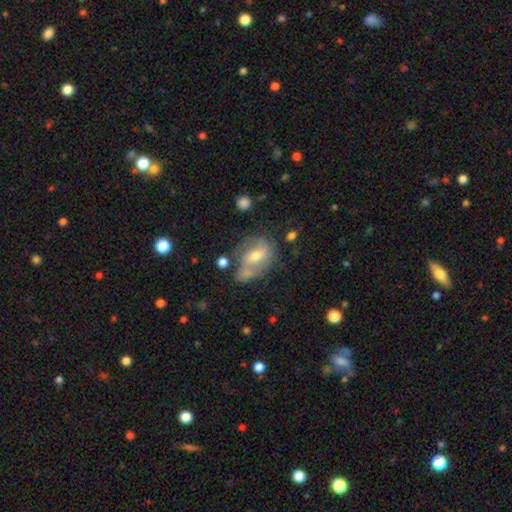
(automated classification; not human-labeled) Smooth or featured? Predicted: featured or disk (p=0.61). Edge-on disk? Predicted: no (p=0.94). Bar? Predicted: weak (p=0.44). Spiral arms? Predicted: yes (p=0.74). Bulge size? Predicted: moderate (p=0.67). Merging? Predicted: none (p=0.47).